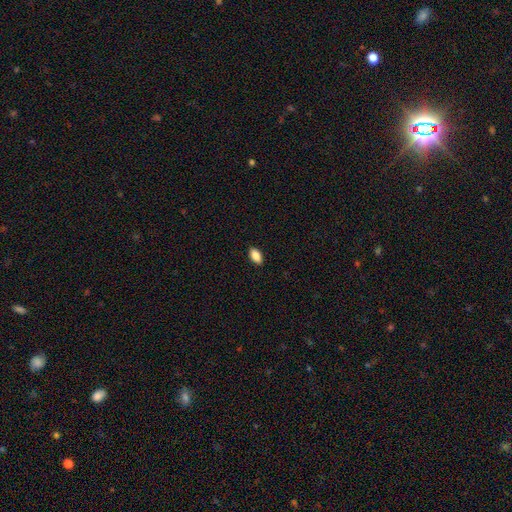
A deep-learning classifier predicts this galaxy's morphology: smooth_or_featured: smooth (p=0.88) [alt: star or artifact p=0.07]
how_rounded: in between (p=0.92) [alt: cigar-shaped p=0.05]
merging: none (p=0.90) [alt: minor disturbance p=0.07]